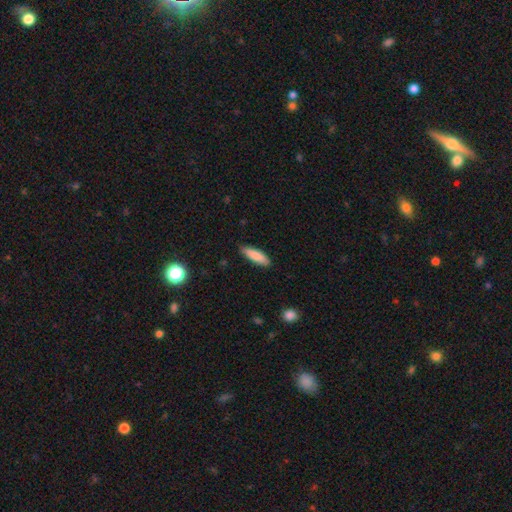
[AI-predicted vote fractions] smooth_or_featured: smooth (p=0.86) [alt: featured or disk p=0.08]
how_rounded: cigar-shaped (p=0.55) [alt: in between p=0.43]
merging: none (p=0.87) [alt: minor disturbance p=0.10]